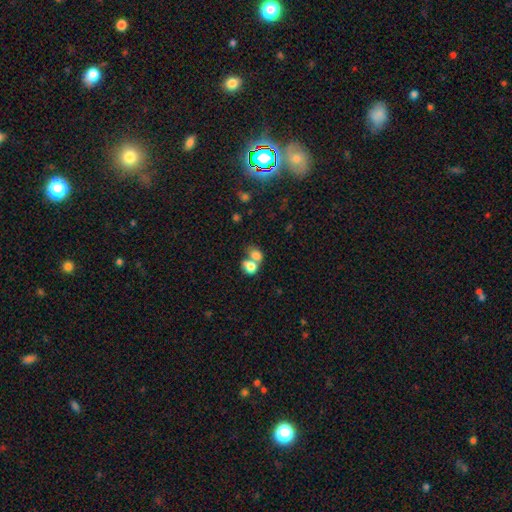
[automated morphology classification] The model was most divided on "how rounded": in between: 57%, round: 41%, cigar-shaped: 1%. More confident: smooth or featured — smooth (76%); merging — merger (65%).